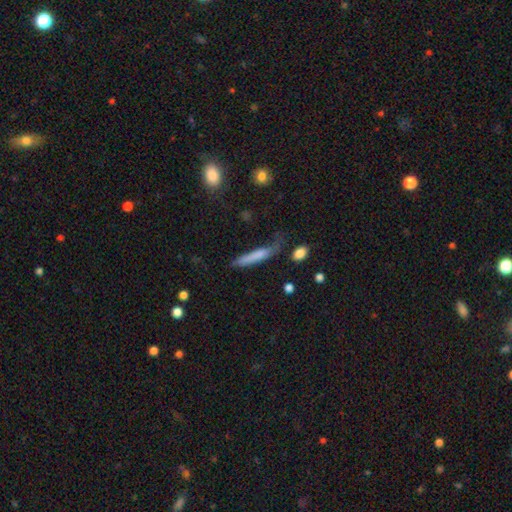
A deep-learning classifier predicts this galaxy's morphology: This is likely a smooth galaxy (72%). How rounded: clearly cigar-shaped (89%). Merging: possibly none (47%).